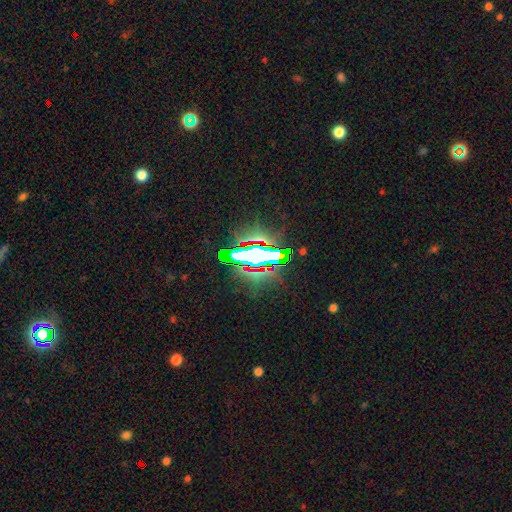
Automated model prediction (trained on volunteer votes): Overall: star or artifact (67%).